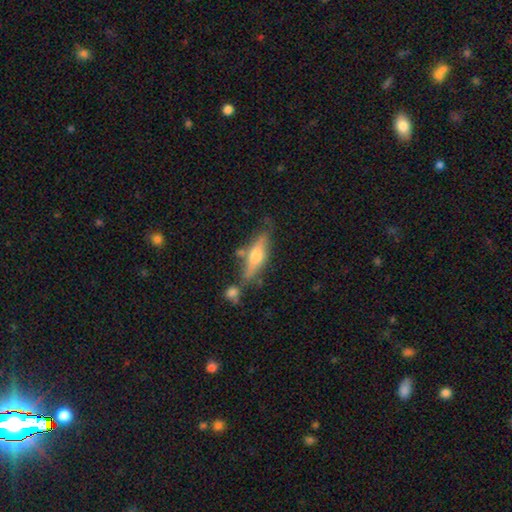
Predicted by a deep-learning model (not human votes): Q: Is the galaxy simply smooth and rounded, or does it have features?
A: featured or disk — 56%.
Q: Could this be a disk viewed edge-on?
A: yes — 89%.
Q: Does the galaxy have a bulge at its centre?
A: rounded — 90%.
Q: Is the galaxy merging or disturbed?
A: none — 65%.